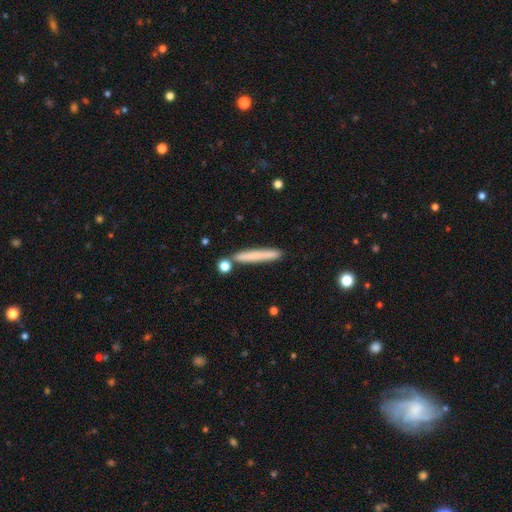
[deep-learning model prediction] smooth_or_featured: smooth (p=0.68) [alt: featured or disk p=0.24]
how_rounded: cigar-shaped (p=0.96) [alt: in between p=0.03]
merging: none (p=0.82) [alt: minor disturbance p=0.10]